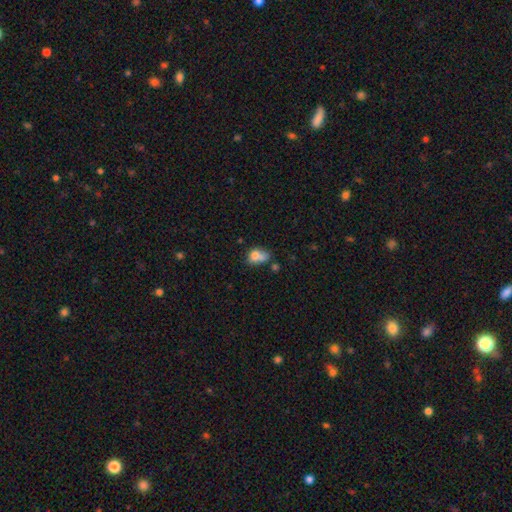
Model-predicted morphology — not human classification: Smooth or featured: smooth — 74% (featured or disk — 15%)
How rounded: in between — 66% (round — 32%)
Merging: merger — 33% (none — 28%)